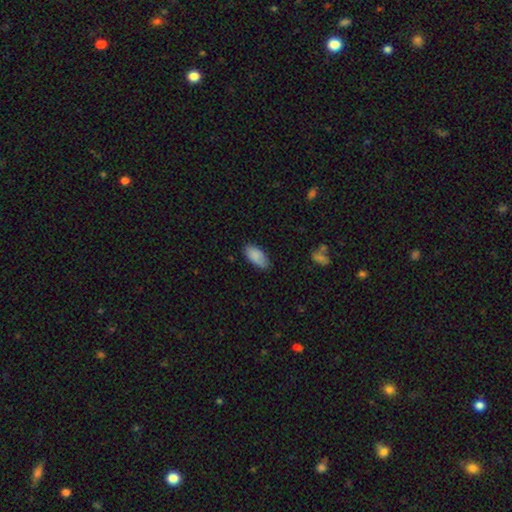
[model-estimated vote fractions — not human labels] Smooth or featured? smooth (86%)
How rounded? in between (92%)
Merging? none (75%)